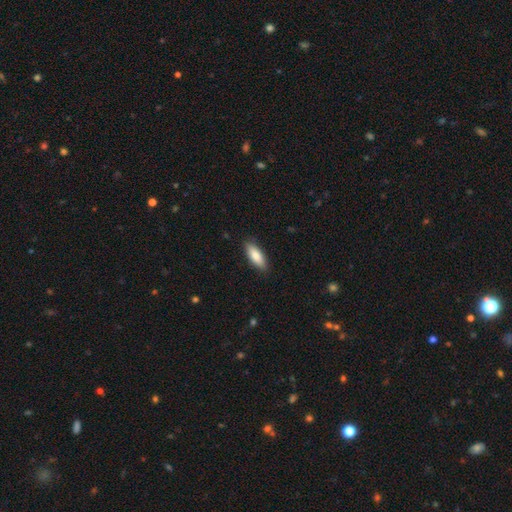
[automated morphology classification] smooth 85%, featured or disk 10%, star or artifact 6%. Down the decision tree: how rounded — in between (72%); merging — none (87%).